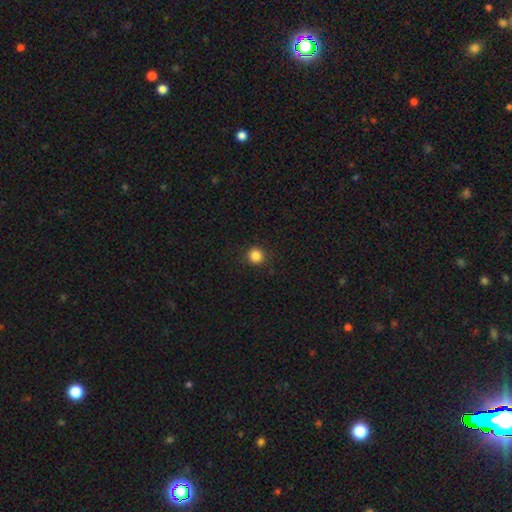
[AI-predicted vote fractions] Smooth or featured? smooth (85%)
How rounded? round (94%)
Merging? none (90%)